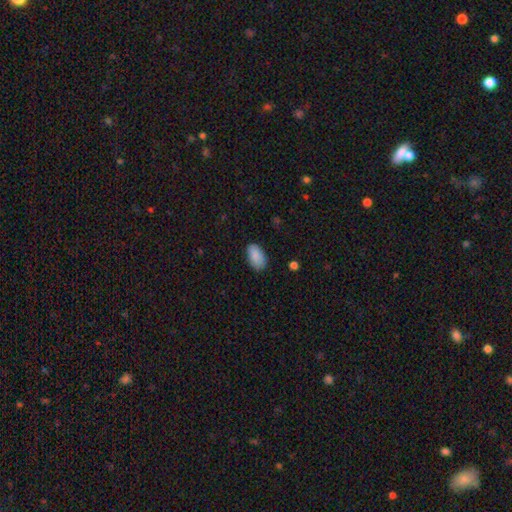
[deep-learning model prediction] Smooth or featured? smooth (89%)
How rounded? in between (94%)
Merging? none (81%)